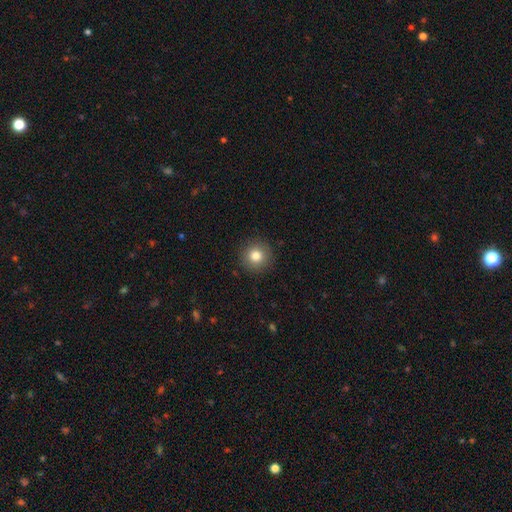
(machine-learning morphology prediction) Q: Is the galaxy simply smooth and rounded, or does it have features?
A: smooth — 81%.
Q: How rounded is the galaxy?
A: round — 95%.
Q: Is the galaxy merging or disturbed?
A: none — 92%.